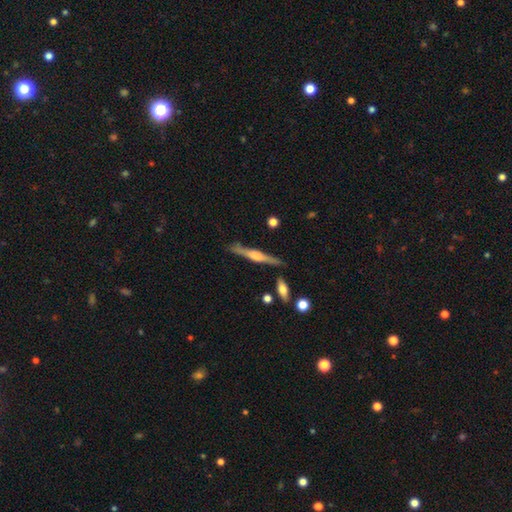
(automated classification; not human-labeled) The model was most divided on "edge-on bulge": rounded: 64%, boxy: 27%, none: 8%. More confident: edge-on disk — yes (97%); merging — none (82%); smooth or featured — featured or disk (67%).